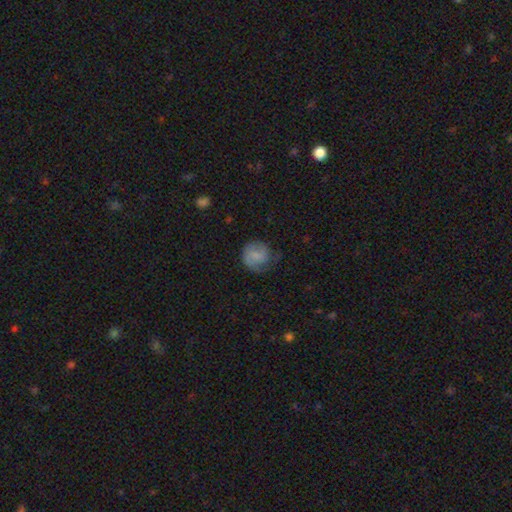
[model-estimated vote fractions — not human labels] Q: Smooth or featured?
A: smooth (64%); runner-up: featured or disk (28%)
Q: How rounded?
A: round (83%); runner-up: in between (16%)
Q: Merging?
A: none (50%); runner-up: minor disturbance (29%)